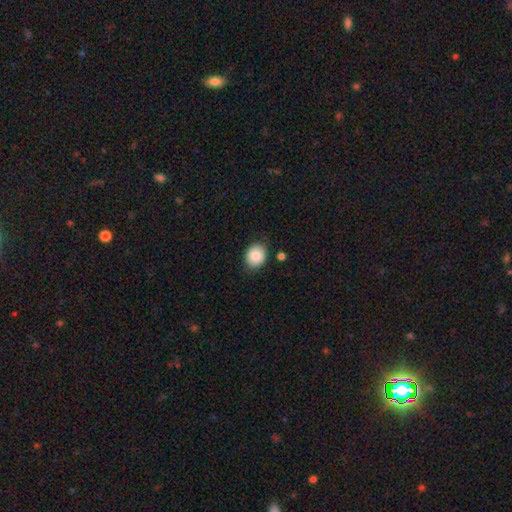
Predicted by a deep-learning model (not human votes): Morphology: type=smooth (85%); roundness=round (53%); merging=none (82%).